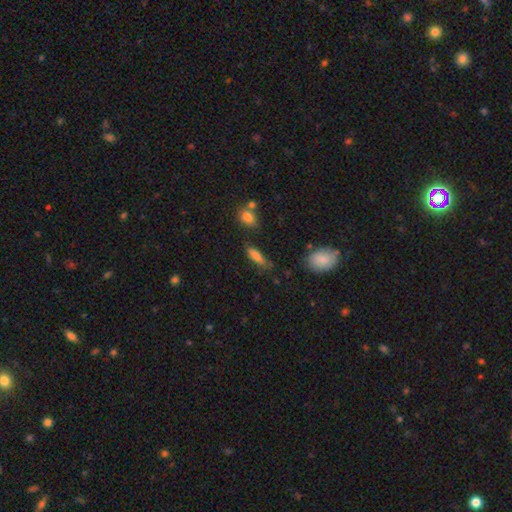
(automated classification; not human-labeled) A smooth galaxy with no disk features (78%) that is cigar-shaped (51%).

Vote fractions:
- Smooth or featured? smooth: 78% / featured or disk: 13% / star or artifact: 9%
- How rounded? cigar-shaped: 51% / in between: 46% / round: 3%
- Merging? none: 63% / minor disturbance: 25% / major disturbance: 7% / merger: 4%